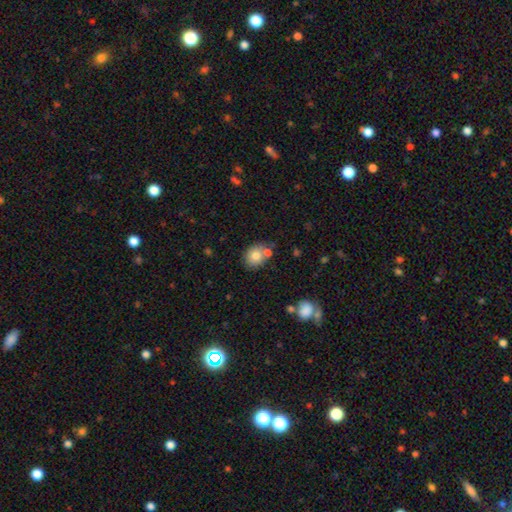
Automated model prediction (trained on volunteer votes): smooth_or_featured: smooth (p=0.78) [alt: featured or disk p=0.13]
how_rounded: round (p=0.59) [alt: in between p=0.40]
merging: none (p=0.63) [alt: merger p=0.19]